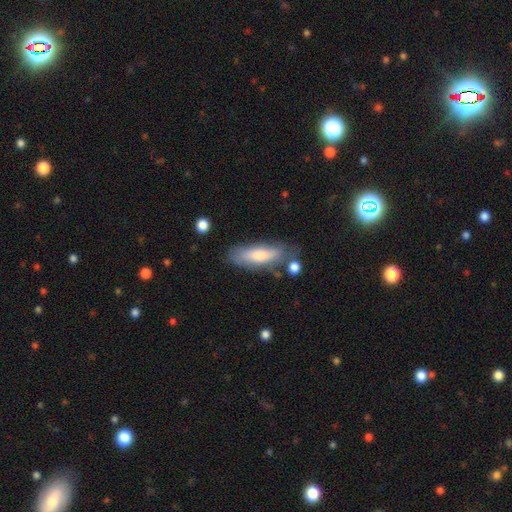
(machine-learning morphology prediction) Q: Smooth or featured?
A: smooth (66%); runner-up: featured or disk (27%)
Q: How rounded?
A: cigar-shaped (53%); runner-up: in between (45%)
Q: Merging?
A: none (72%); runner-up: minor disturbance (18%)